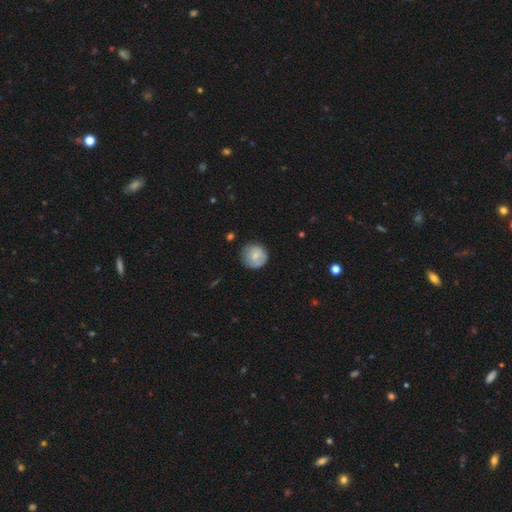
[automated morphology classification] smooth 71%, featured or disk 22%, star or artifact 7%. Down the decision tree: how rounded — round (92%); merging — none (75%).